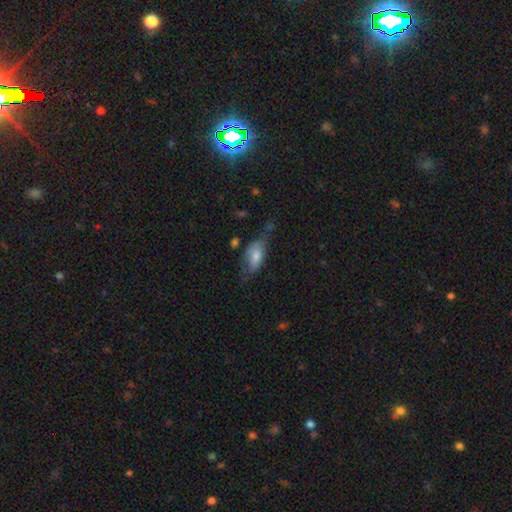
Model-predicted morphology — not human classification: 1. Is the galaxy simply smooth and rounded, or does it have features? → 63% smooth, 29% featured or disk, 8% star or artifact.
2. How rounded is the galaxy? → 83% in between, 13% cigar-shaped, 4% round.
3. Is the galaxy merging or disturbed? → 41% none, 32% minor disturbance, 22% major disturbance, 5% merger.